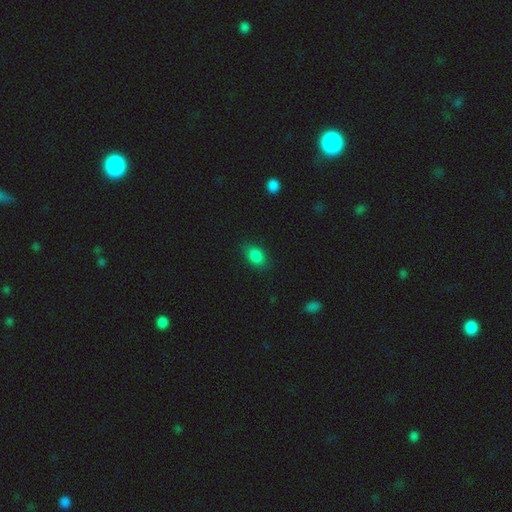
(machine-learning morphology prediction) Q: Smooth or featured?
A: smooth (86%); runner-up: star or artifact (10%)
Q: How rounded?
A: in between (80%); runner-up: round (18%)
Q: Merging?
A: none (82%); runner-up: minor disturbance (13%)